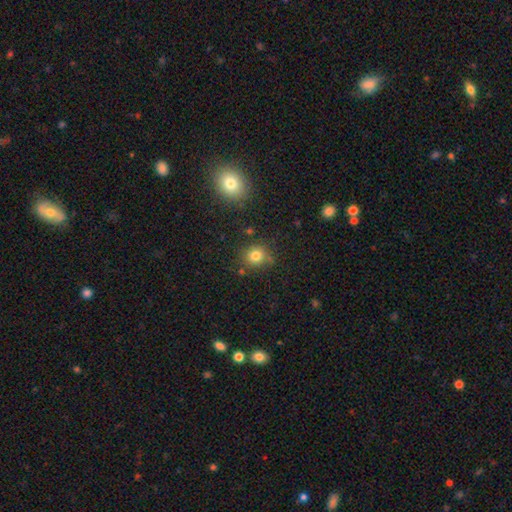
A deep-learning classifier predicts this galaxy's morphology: Smooth or featured?
  - smooth: 80% *
  - star or artifact: 13%
  - featured or disk: 7%
How rounded?
  - round: 83% *
  - in between: 16%
  - cigar-shaped: 1%
Merging?
  - none: 81% *
  - minor disturbance: 10%
  - merger: 6%
  - major disturbance: 3%